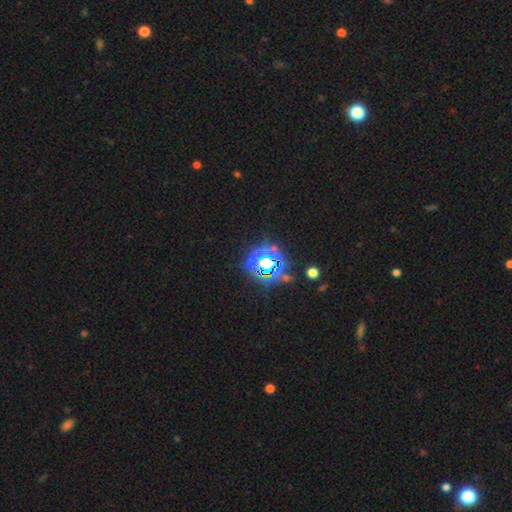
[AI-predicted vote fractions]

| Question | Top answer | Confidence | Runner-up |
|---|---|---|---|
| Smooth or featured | star or artifact | 75% | smooth (15%) |